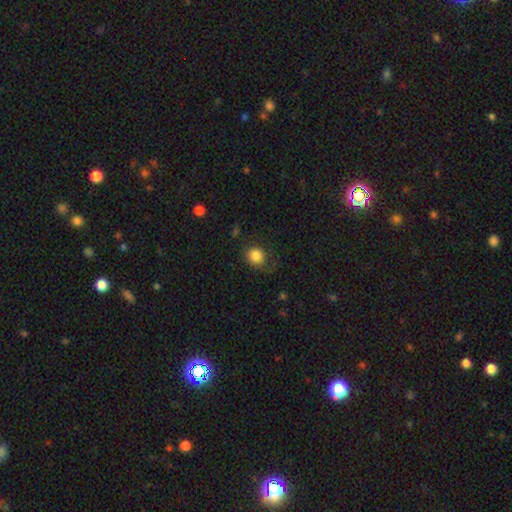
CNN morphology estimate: Smooth or featured? Predicted: smooth (p=0.84). How rounded? Predicted: round (p=0.83). Merging? Predicted: none (p=0.71).